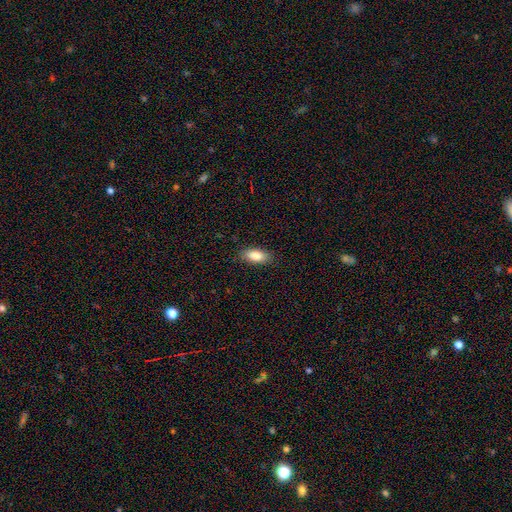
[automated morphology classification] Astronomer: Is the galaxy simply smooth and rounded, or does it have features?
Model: smooth — 85%.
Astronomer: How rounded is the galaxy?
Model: in between — 86%.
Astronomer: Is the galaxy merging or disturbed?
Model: none — 86%.